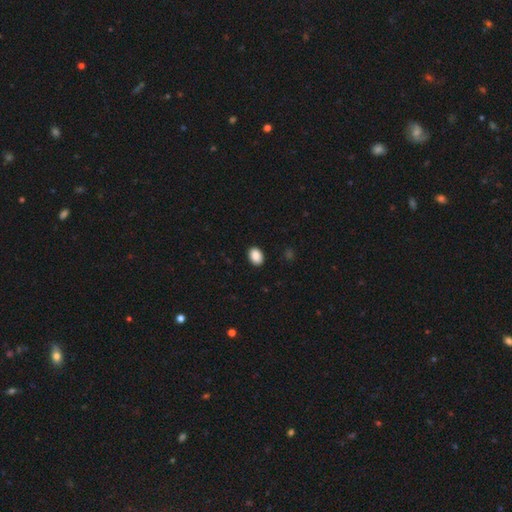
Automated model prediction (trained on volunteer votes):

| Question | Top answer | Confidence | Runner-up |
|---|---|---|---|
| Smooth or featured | smooth | 89% | star or artifact (8%) |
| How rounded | in between | 79% | round (20%) |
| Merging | none | 90% | minor disturbance (7%) |